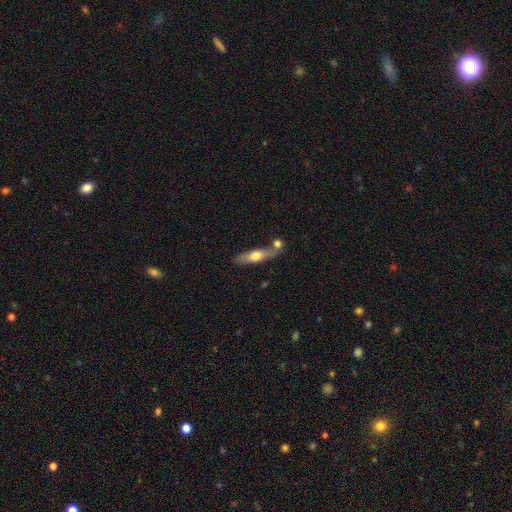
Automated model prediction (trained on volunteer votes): smooth 51%, featured or disk 43%, star or artifact 6%. Down the decision tree: how rounded — cigar-shaped (64%); merging — none (58%).